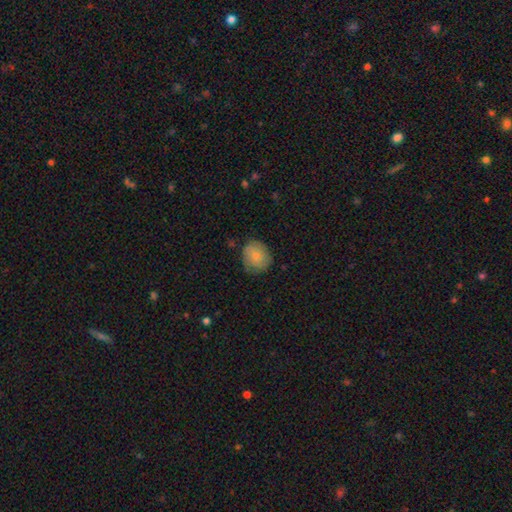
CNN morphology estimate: type=smooth (73%); roundness=round (73%); merging=none (69%).